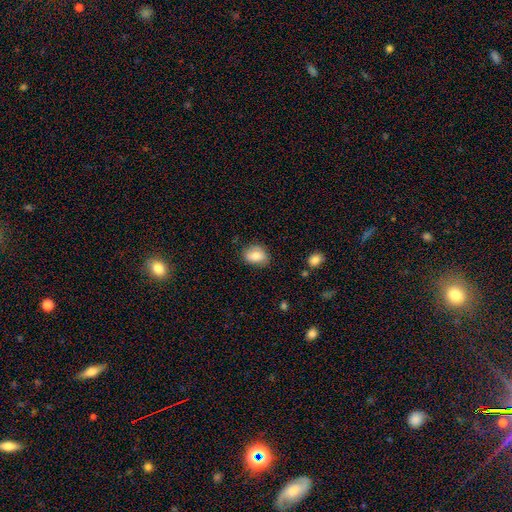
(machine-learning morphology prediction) smooth_or_featured: smooth (p=0.79) [alt: featured or disk p=0.12]
how_rounded: in between (p=0.66) [alt: round p=0.33]
merging: none (p=0.75) [alt: minor disturbance p=0.20]